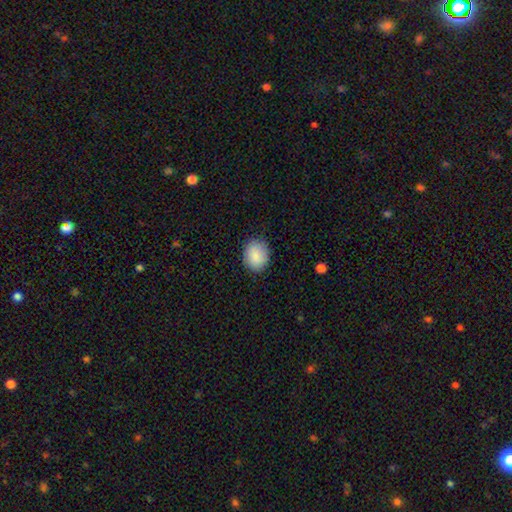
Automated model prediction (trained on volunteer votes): Smooth or featured? smooth (87%)
How rounded? round (51%)
Merging? none (86%)